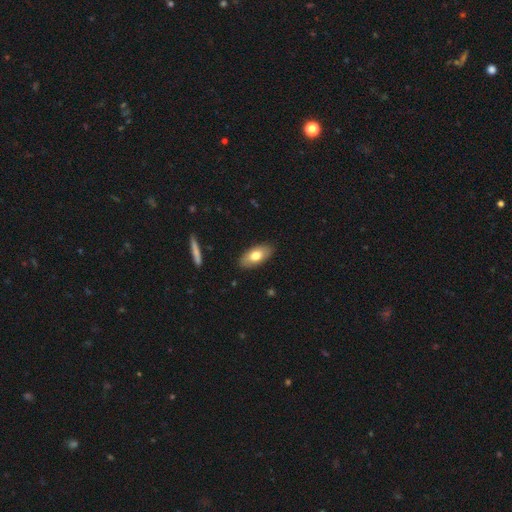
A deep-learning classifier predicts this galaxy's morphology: Overall: smooth (73%). How rounded: in between (91%). Merging: none (88%).